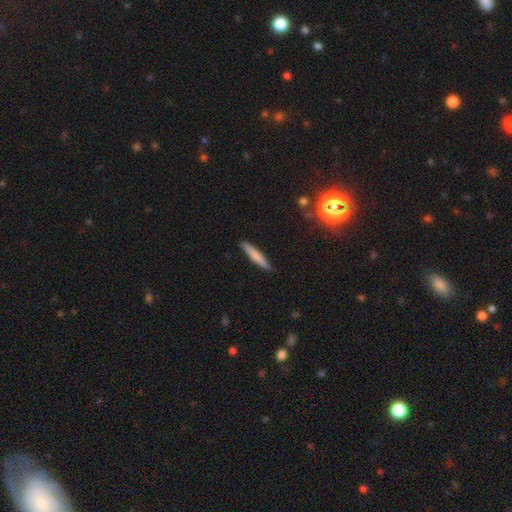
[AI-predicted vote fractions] Overall: smooth (74%). How rounded: cigar-shaped (93%). Merging: none (90%).